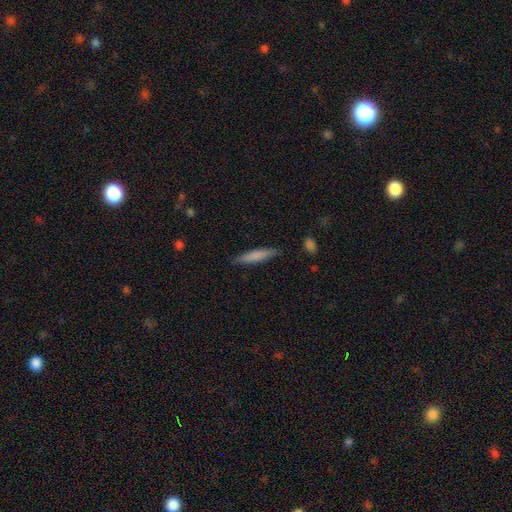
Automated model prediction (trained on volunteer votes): A smooth galaxy with no disk features (72%) that is cigar-shaped (91%). Merging: none (86%).